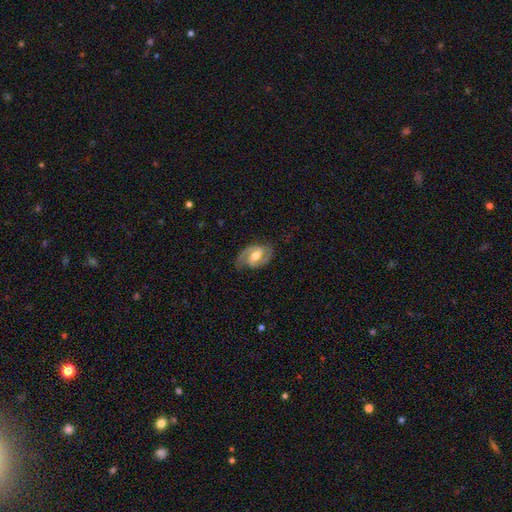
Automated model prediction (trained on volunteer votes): smooth_or_featured: featured or disk (p=0.89) [alt: smooth p=0.07]
disk_edge_on: no (p=0.98) [alt: yes p=0.02]
bar: weak (p=0.48) [alt: strong p=0.29]
has_spiral_arms: yes (p=0.96) [alt: no p=0.04]
spiral_winding: medium (p=0.55) [alt: tight p=0.30]
spiral_arm_count: 2 (p=0.93) [alt: can't tell p=0.02]
bulge_size: moderate (p=0.74) [alt: small p=0.16]
merging: none (p=0.81) [alt: minor disturbance p=0.14]